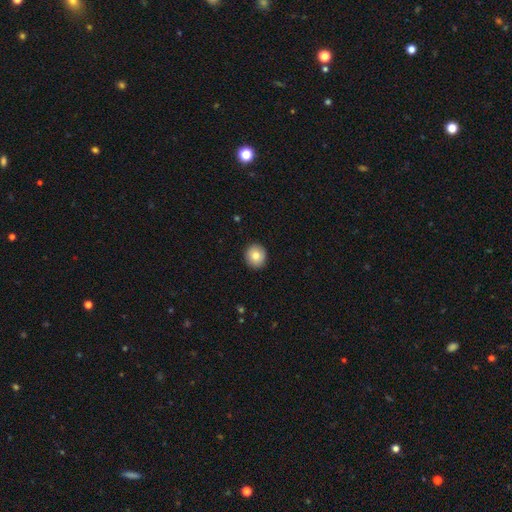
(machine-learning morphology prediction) Overall: smooth (82%). How rounded: round (89%). Merging: none (91%).